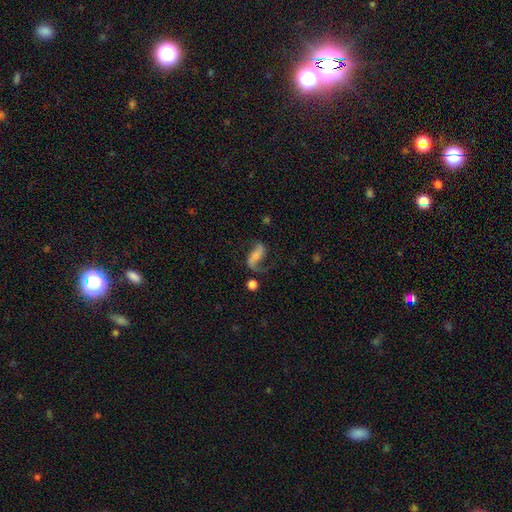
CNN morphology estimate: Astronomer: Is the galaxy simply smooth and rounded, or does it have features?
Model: featured or disk — 67%.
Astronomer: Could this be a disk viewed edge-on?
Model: no — 94%.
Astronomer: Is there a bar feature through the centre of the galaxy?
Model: no — 38% (runner-up: strong, 32%).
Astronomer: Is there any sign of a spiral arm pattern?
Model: yes — 91%.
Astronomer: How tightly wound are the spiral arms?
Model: loose — 74%.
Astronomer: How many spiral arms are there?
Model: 2 — 77%.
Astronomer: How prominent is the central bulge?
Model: small — 37% (runner-up: none, 30%).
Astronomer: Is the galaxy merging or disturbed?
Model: none — 52%.